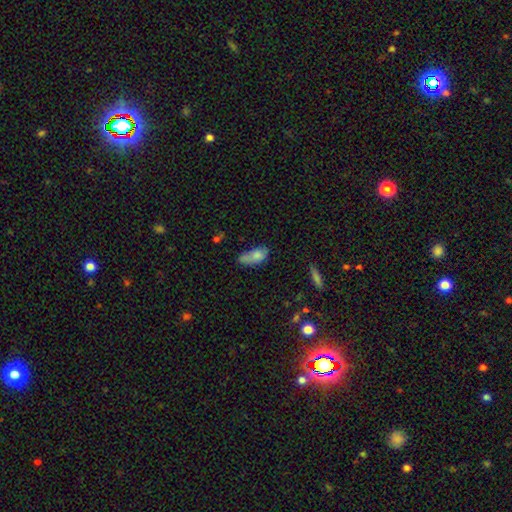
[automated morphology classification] Smooth or featured: smooth — 76% (featured or disk — 15%)
How rounded: in between — 86% (cigar-shaped — 10%)
Merging: none — 38% (minor disturbance — 34%)